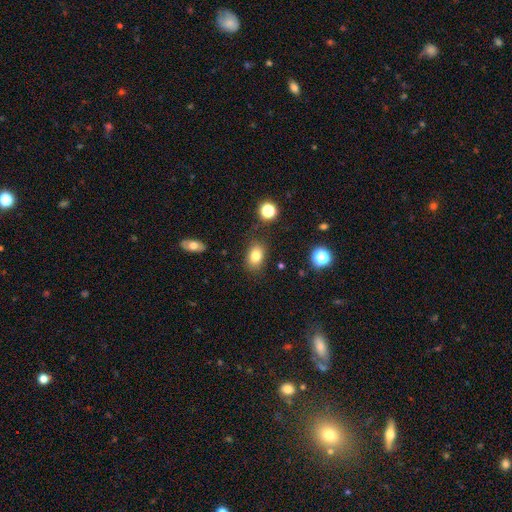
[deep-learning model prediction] Smooth or featured?
  - smooth: 81% *
  - star or artifact: 11%
  - featured or disk: 9%
How rounded?
  - in between: 78% *
  - round: 20%
  - cigar-shaped: 1%
Merging?
  - none: 82% *
  - minor disturbance: 12%
  - major disturbance: 3%
  - merger: 3%